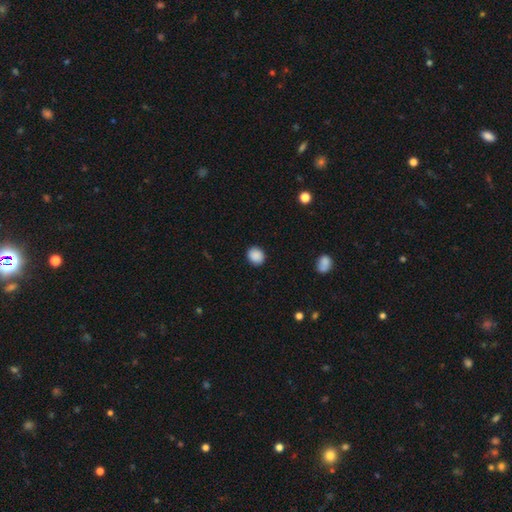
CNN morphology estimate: This is clearly a smooth galaxy (89%). How rounded: likely round (77%). Merging: clearly none (90%).